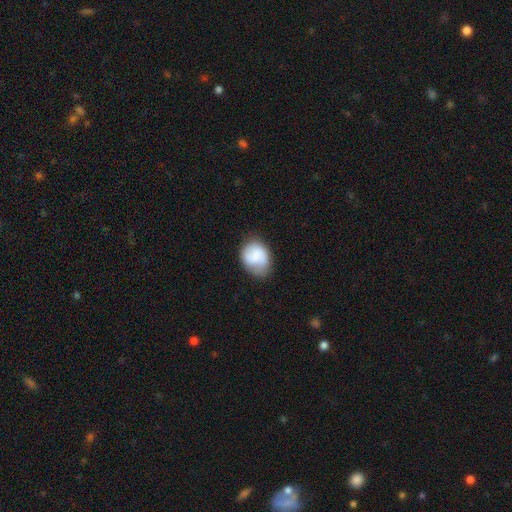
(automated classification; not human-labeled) The model was most divided on "how rounded": round: 50%, in between: 49%, cigar-shaped: 1%. More confident: smooth or featured — smooth (73%); merging — none (57%).